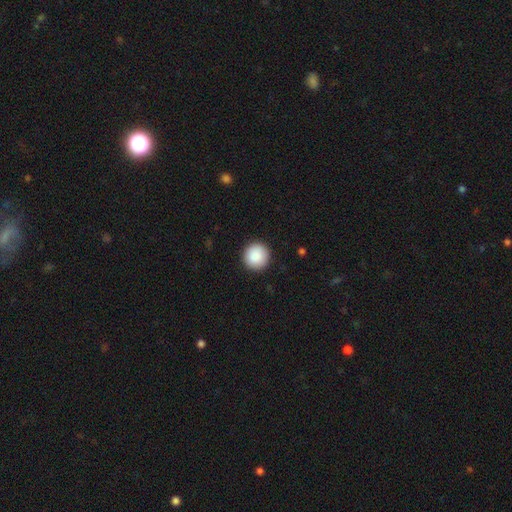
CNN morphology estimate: The model was most divided on "smooth or featured": smooth: 90%, star or artifact: 7%, featured or disk: 3%. More confident: how rounded — round (95%); merging — none (92%).